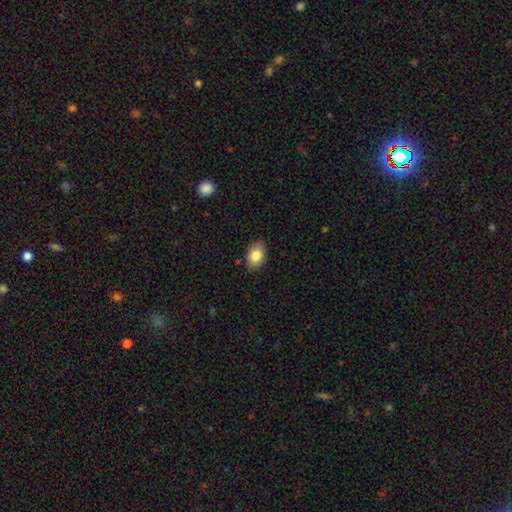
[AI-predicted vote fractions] smooth_or_featured: smooth (p=0.84) [alt: featured or disk p=0.08]
how_rounded: in between (p=0.81) [alt: round p=0.18]
merging: none (p=0.87) [alt: minor disturbance p=0.10]